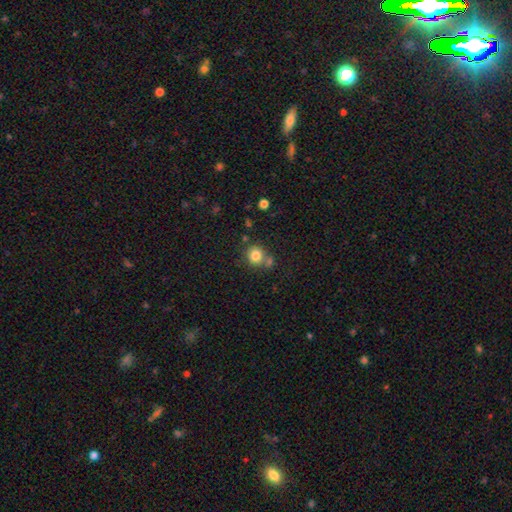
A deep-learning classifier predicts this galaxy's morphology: This is clearly a smooth galaxy (82%). How rounded: clearly round (83%). Merging: likely none (63%).